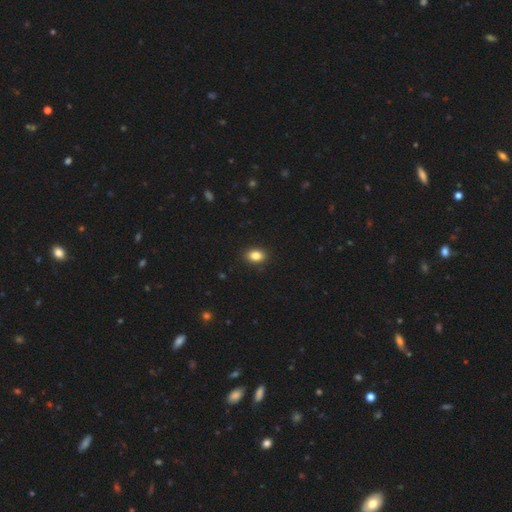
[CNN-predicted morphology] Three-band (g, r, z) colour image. It shows a smooth galaxy with no disk features (85%) that is in between round and cigar-shaped (78%). Merging: none (90%).